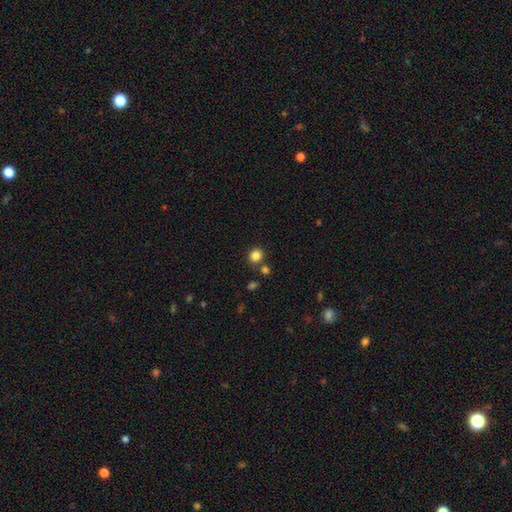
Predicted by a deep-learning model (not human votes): Overall: smooth (84%). How rounded: round (85%). Merging: none (78%).